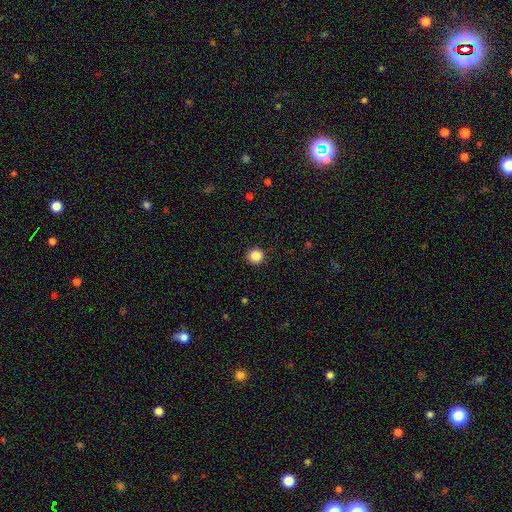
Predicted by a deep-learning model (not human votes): Smooth or featured? smooth (87%)
How rounded? round (95%)
Merging? none (92%)